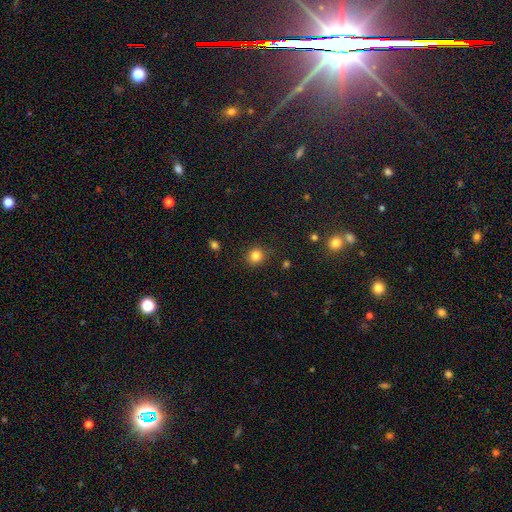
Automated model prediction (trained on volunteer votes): This appears to be a smooth galaxy with no disk features (83%) that is round (88%). Merging: none (87%).